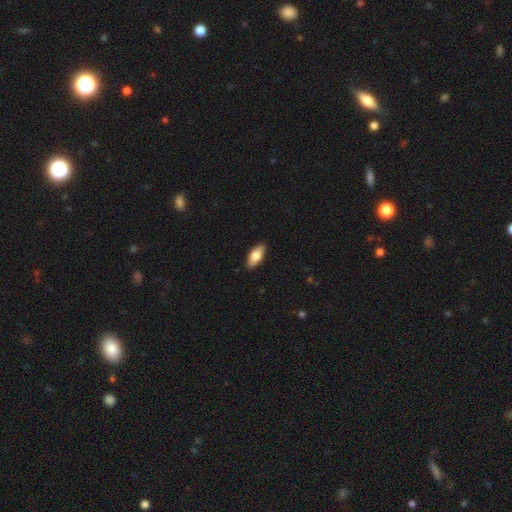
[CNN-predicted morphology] Smooth or featured? smooth (74%)
How rounded? in between (84%)
Merging? none (88%)